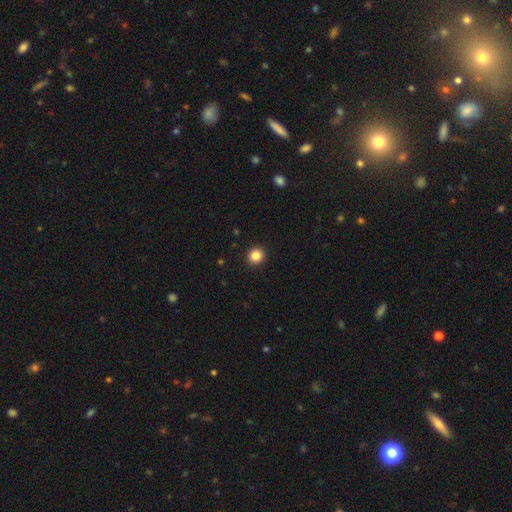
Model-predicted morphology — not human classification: This appears to be a smooth galaxy with no disk features (85%) that is round (93%). Merging: none (93%).